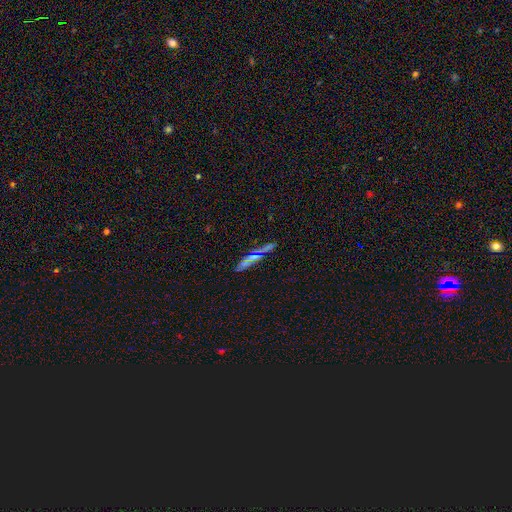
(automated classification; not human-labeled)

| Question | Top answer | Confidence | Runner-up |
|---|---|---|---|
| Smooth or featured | smooth | 46% | star or artifact (28%) |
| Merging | none | 77% | minor disturbance (12%) |